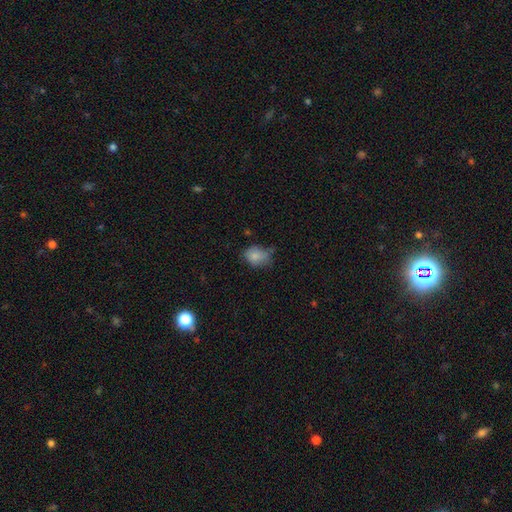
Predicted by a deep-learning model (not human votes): A smooth galaxy with no disk features (81%) that is in between round and cigar-shaped (59%).

Vote fractions:
- Smooth or featured? smooth: 81% / star or artifact: 10% / featured or disk: 9%
- How rounded? in between: 59% / round: 40% / cigar-shaped: 1%
- Merging? none: 49% / minor disturbance: 36% / major disturbance: 11% / merger: 4%